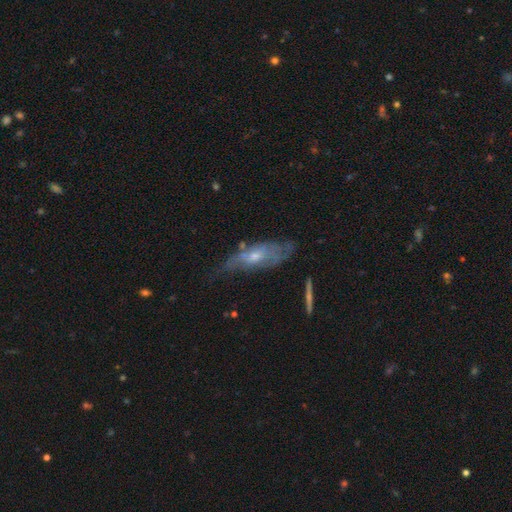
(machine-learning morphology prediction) smooth_or_featured: featured or disk (p=0.59) [alt: smooth p=0.32]
disk_edge_on: no (p=0.71) [alt: yes p=0.29]
merging: none (p=0.47) [alt: minor disturbance p=0.32]